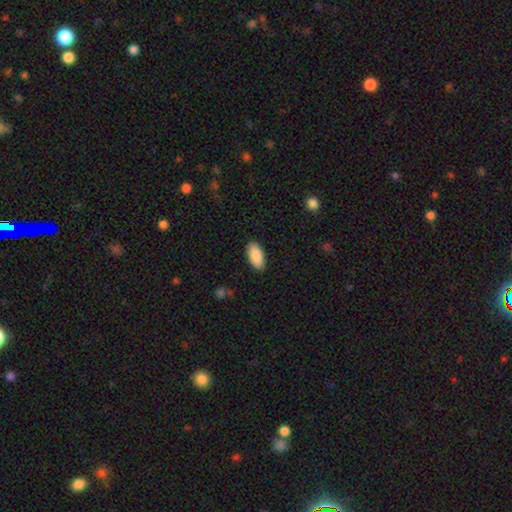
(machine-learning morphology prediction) Smooth or featured? smooth (90%)
How rounded? in between (93%)
Merging? none (89%)